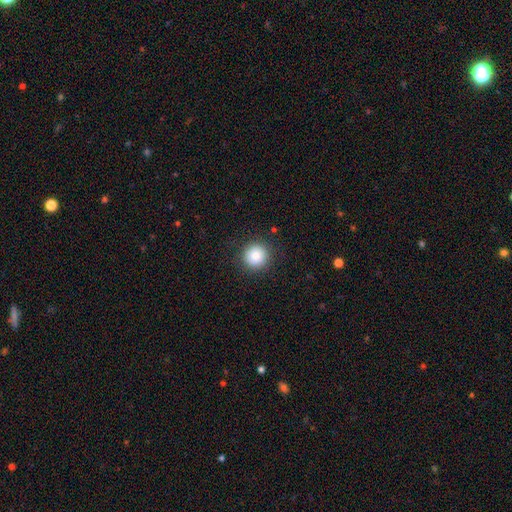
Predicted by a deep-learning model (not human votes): smooth-or-featured: smooth: 83% | star or artifact: 10% | featured or disk: 7%
  how-rounded: round: 95% | in between: 4% | cigar-shaped: 1%
  merging: none: 90% | minor disturbance: 7% | major disturbance: 2% | merger: 1%